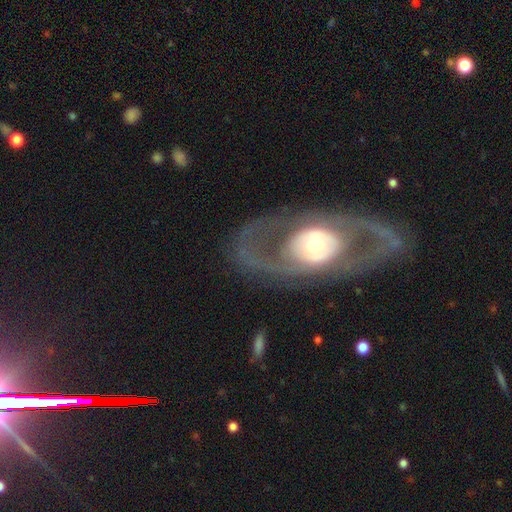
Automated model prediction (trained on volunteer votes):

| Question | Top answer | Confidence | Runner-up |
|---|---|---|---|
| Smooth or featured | featured or disk | 82% | smooth (12%) |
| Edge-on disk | no | 93% | yes (7%) |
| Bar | no | 70% | weak (18%) |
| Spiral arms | yes | 68% | no (32%) |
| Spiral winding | medium | 48% | tight (28%) |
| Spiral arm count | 2 | 87% | can't tell (7%) |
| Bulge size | moderate | 48% | large (30%) |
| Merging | none | 81% | minor disturbance (9%) |